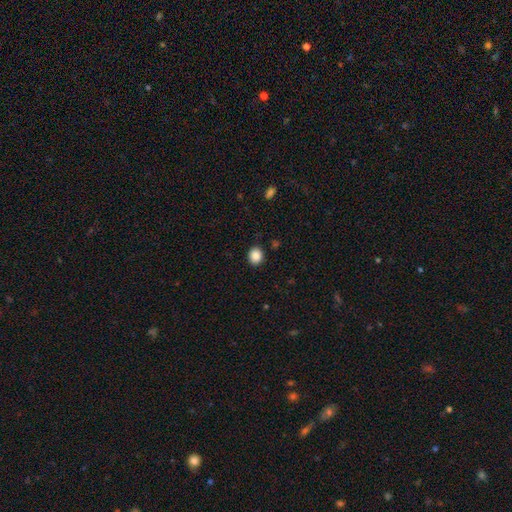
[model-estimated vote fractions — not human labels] Q: Smooth or featured?
A: smooth (88%); runner-up: star or artifact (9%)
Q: How rounded?
A: round (74%); runner-up: in between (26%)
Q: Merging?
A: none (89%); runner-up: minor disturbance (7%)